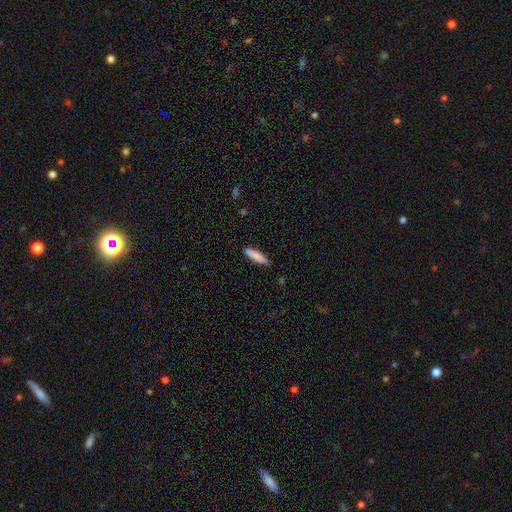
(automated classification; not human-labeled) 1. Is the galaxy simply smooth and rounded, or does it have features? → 86% smooth, 9% featured or disk, 6% star or artifact.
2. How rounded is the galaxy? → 83% cigar-shaped, 16% in between, 1% round.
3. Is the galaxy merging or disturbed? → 89% none, 8% minor disturbance, 2% major disturbance, 1% merger.